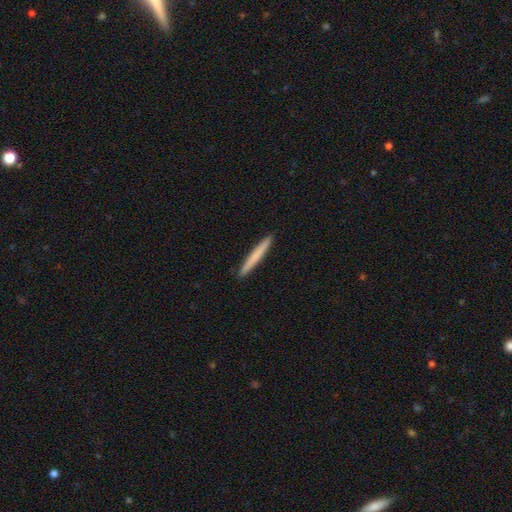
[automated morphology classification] Q: Smooth or featured?
A: smooth (70%); runner-up: featured or disk (24%)
Q: How rounded?
A: cigar-shaped (97%); runner-up: in between (2%)
Q: Merging?
A: none (93%); runner-up: minor disturbance (5%)